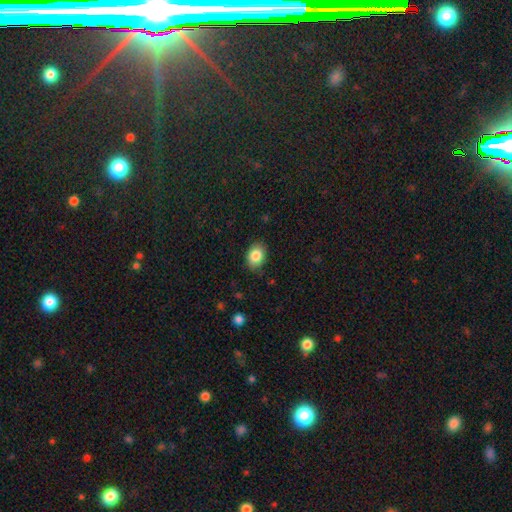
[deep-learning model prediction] Q: Smooth or featured?
A: smooth (85%); runner-up: star or artifact (8%)
Q: How rounded?
A: in between (72%); runner-up: round (27%)
Q: Merging?
A: none (82%); runner-up: minor disturbance (14%)